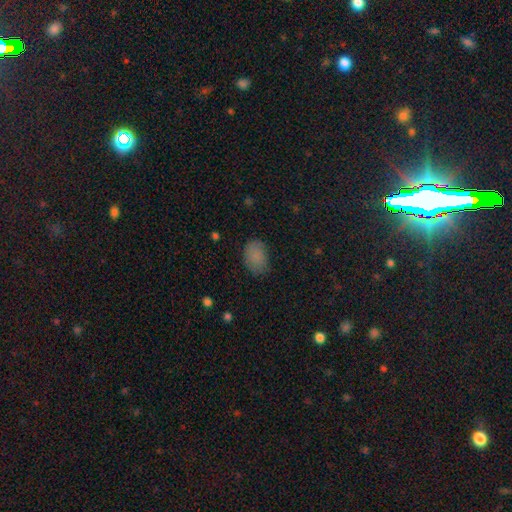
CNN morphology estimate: smooth 83%, star or artifact 10%, featured or disk 7%. Down the decision tree: how rounded — in between (81%); merging — none (72%).